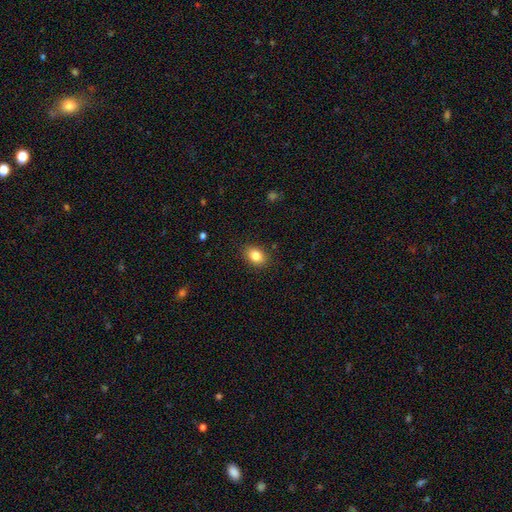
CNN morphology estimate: type=smooth (85%); roundness=in between (75%); merging=none (87%).